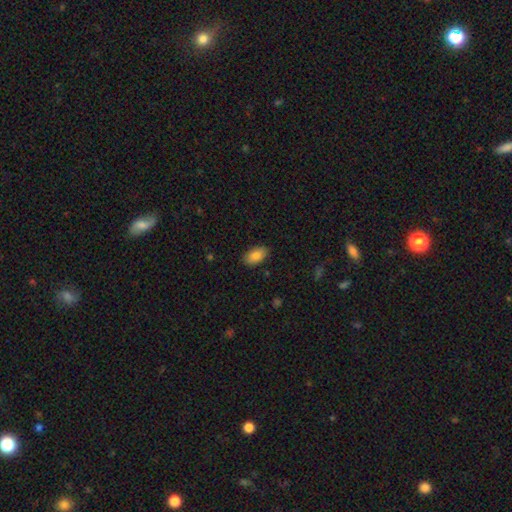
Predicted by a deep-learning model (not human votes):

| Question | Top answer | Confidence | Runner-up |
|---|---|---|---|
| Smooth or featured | smooth | 84% | featured or disk (9%) |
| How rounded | in between | 94% | round (4%) |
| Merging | none | 87% | minor disturbance (10%) |